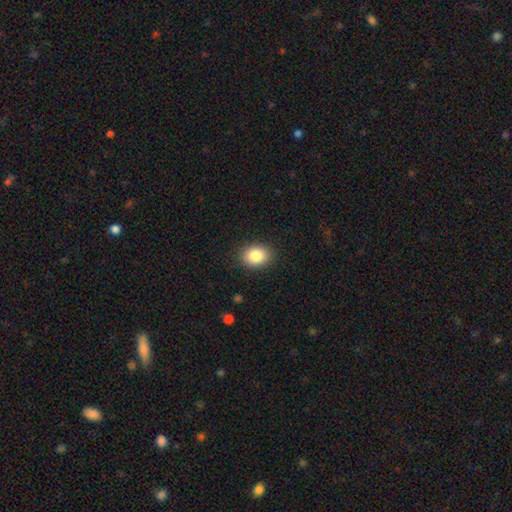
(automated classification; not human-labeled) A smooth galaxy with no disk features (85%) that is in between round and cigar-shaped (57%). Merging: none (88%).